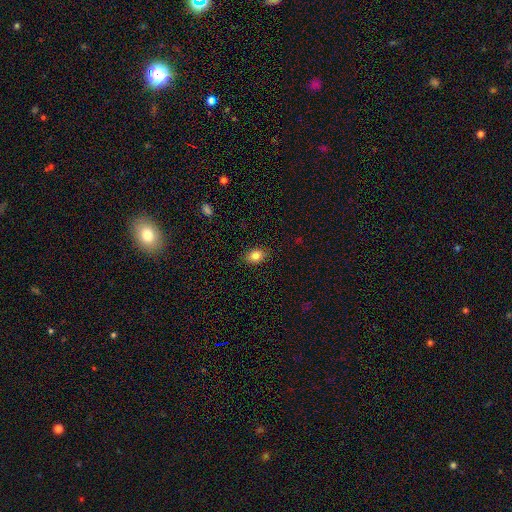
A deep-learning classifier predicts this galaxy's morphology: type=smooth (85%); roundness=in between (73%); merging=none (87%).